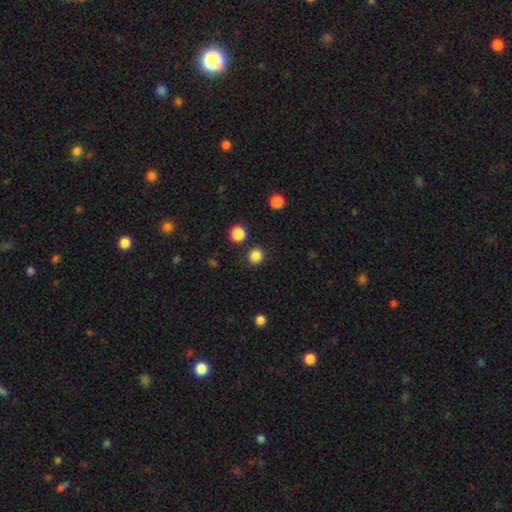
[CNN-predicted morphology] This appears to be a smooth galaxy with no disk features (84%) that is round (92%). Merging: none (89%).